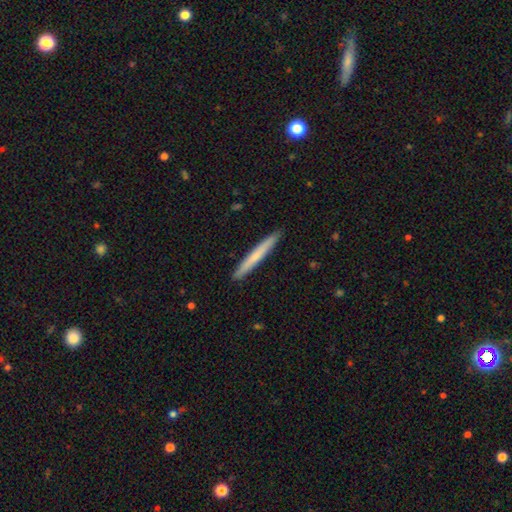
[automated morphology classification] smooth_or_featured: smooth (p=0.65) [alt: featured or disk p=0.31]
how_rounded: cigar-shaped (p=0.97) [alt: in between p=0.02]
merging: none (p=0.93) [alt: minor disturbance p=0.05]